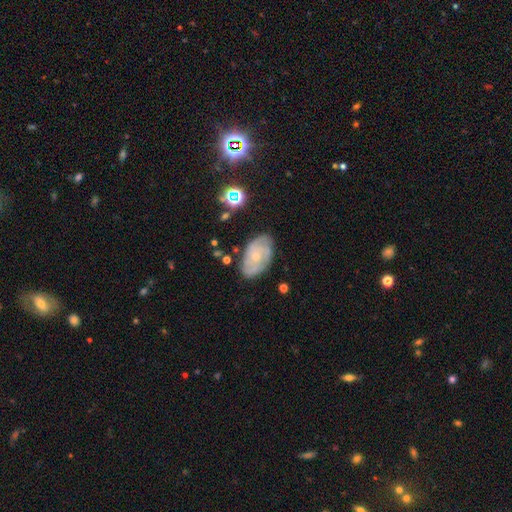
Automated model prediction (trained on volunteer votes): Overall: featured or disk (68%). Edge-on disk: no (96%). Bar: no (79%). Spiral arms: yes (85%). Spiral arm count: can't tell (45%; 2 18%). Spiral winding: tight (59%; medium 31%). Bulge size: small (72%). Merging: none (75%).